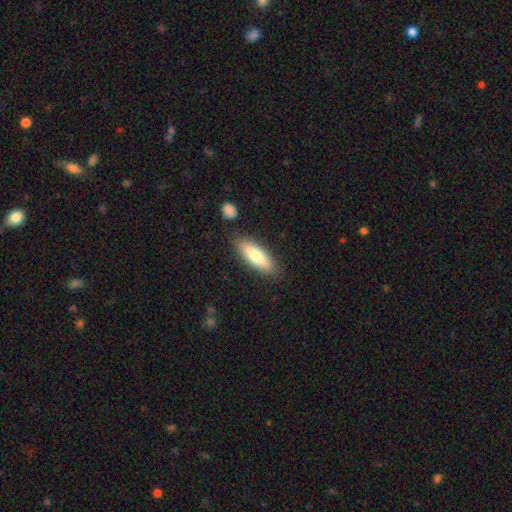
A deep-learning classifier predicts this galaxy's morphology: Smooth or featured: smooth — 75% (featured or disk — 20%)
How rounded: in between — 53% (cigar-shaped — 45%)
Merging: none — 84% (minor disturbance — 11%)